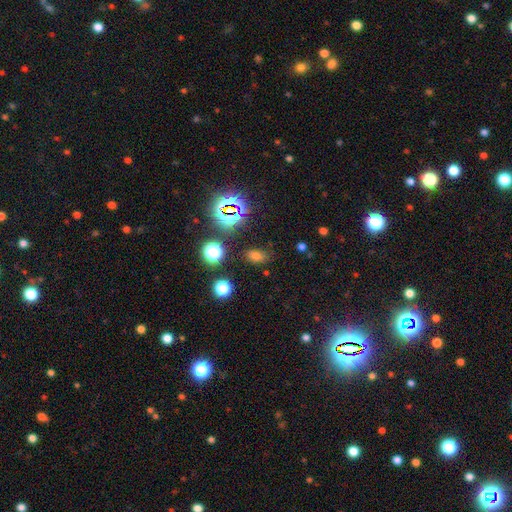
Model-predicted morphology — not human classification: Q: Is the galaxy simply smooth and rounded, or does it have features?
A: smooth — 60%.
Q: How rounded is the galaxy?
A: in between — 79%.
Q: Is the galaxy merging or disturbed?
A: none — 82%.